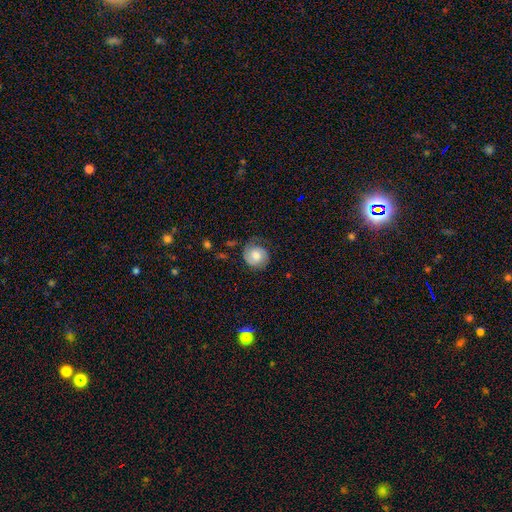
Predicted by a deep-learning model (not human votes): The model was most divided on "smooth or featured": smooth: 48%, featured or disk: 44%, star or artifact: 8%. More confident: merging — none (61%).